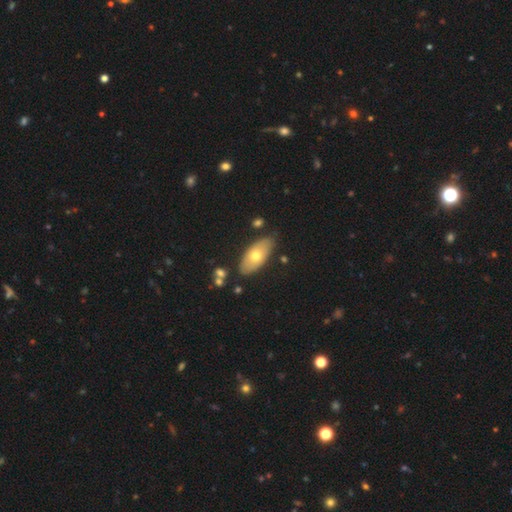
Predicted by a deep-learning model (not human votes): A smooth galaxy with no disk features (63%) that is in between round and cigar-shaped (88%).

Vote fractions:
- Smooth or featured? smooth: 63% / featured or disk: 30% / star or artifact: 6%
- How rounded? in between: 88% / cigar-shaped: 9% / round: 3%
- Merging? none: 81% / minor disturbance: 13% / merger: 3% / major disturbance: 3%